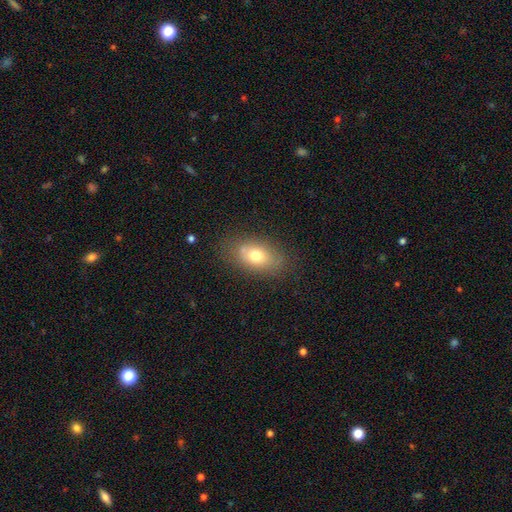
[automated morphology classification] Q: Smooth or featured?
A: smooth (71%); runner-up: featured or disk (19%)
Q: How rounded?
A: in between (84%); runner-up: round (14%)
Q: Merging?
A: none (72%); runner-up: minor disturbance (18%)